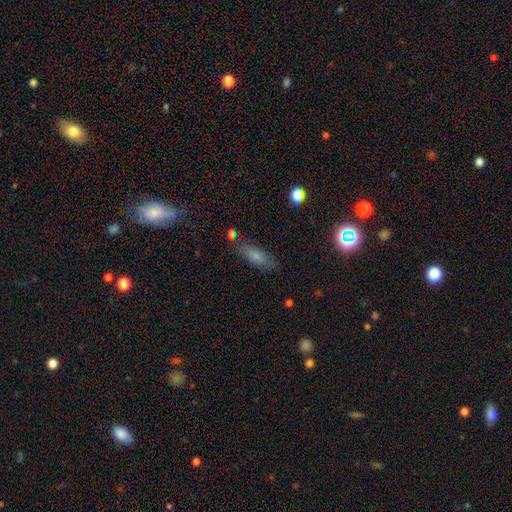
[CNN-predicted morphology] Smooth or featured?
  - smooth: 74% *
  - featured or disk: 15%
  - star or artifact: 11%
How rounded?
  - in between: 67% *
  - cigar-shaped: 30%
  - round: 3%
Merging?
  - none: 74% *
  - minor disturbance: 17%
  - major disturbance: 5%
  - merger: 4%